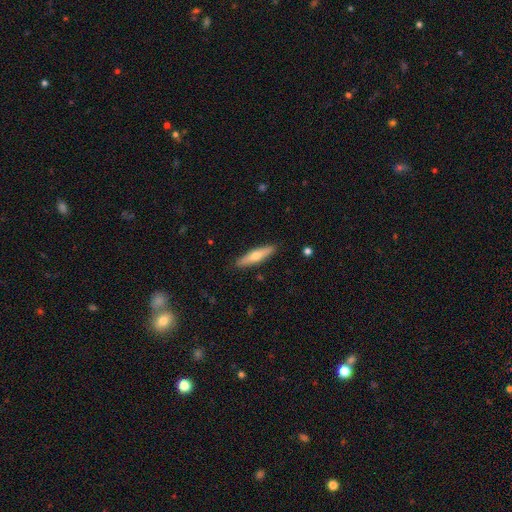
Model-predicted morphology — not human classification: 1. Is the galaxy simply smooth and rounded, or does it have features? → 57% smooth, 37% featured or disk, 5% star or artifact.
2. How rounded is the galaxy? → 78% cigar-shaped, 20% in between, 2% round.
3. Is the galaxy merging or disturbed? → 89% none, 8% minor disturbance, 2% major disturbance, 1% merger.